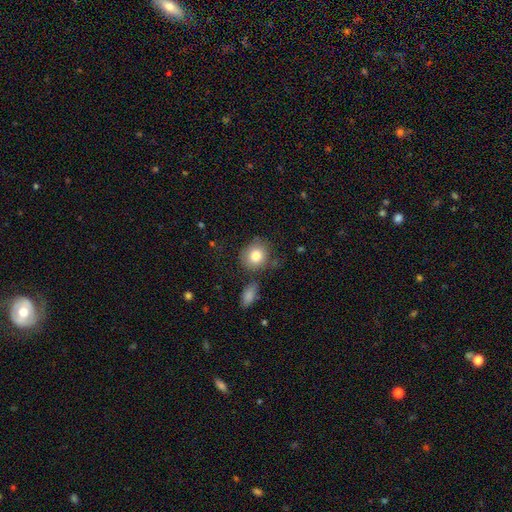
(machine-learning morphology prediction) Smooth or featured? smooth (83%)
How rounded? round (76%)
Merging? none (69%)